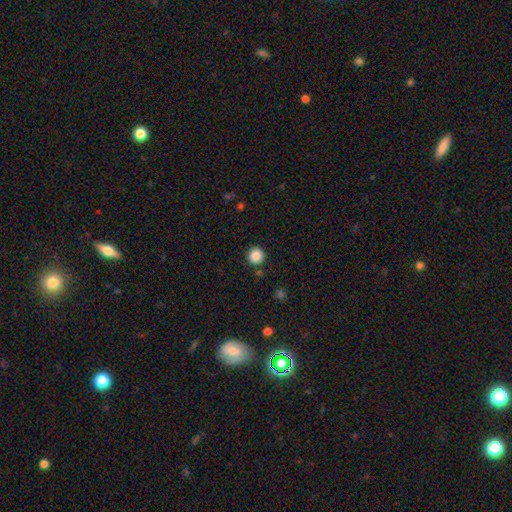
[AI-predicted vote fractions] The model was most divided on "smooth or featured": smooth: 87%, star or artifact: 10%, featured or disk: 3%. More confident: how rounded — round (94%); merging — none (89%).